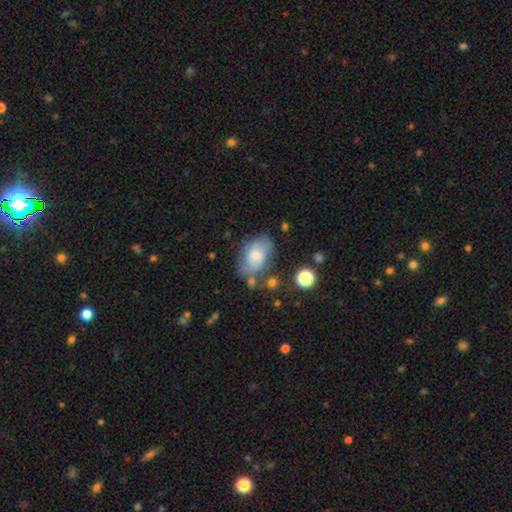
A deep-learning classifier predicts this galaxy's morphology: Q: Smooth or featured?
A: smooth (58%); runner-up: featured or disk (33%)
Q: How rounded?
A: in between (83%); runner-up: round (15%)
Q: Merging?
A: none (54%); runner-up: minor disturbance (26%)